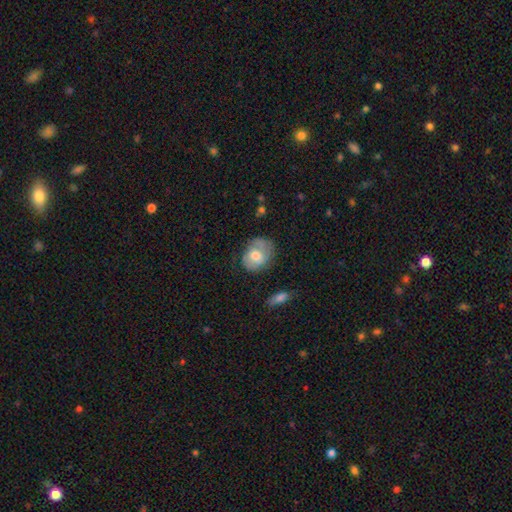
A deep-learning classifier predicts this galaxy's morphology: A smooth galaxy with no disk features (61%) that is in between round and cigar-shaped (56%).

Vote fractions:
- Smooth or featured? smooth: 61% / featured or disk: 32% / star or artifact: 7%
- How rounded? in between: 56% / round: 43% / cigar-shaped: 1%
- Merging? none: 58% / minor disturbance: 29% / major disturbance: 11% / merger: 3%